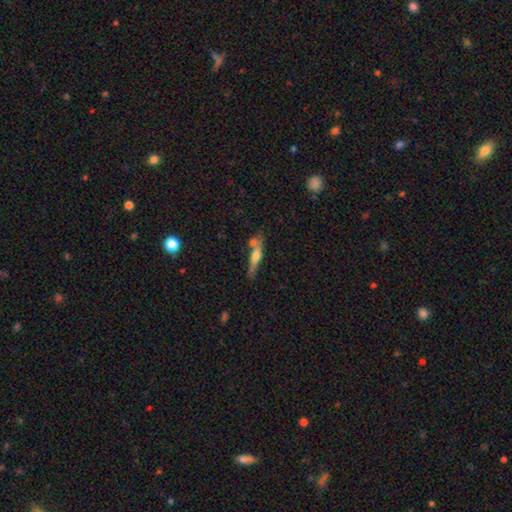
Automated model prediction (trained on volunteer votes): This appears to be a featured or disk galaxy (50%) viewed edge-on (90%). Merging: none (58%).